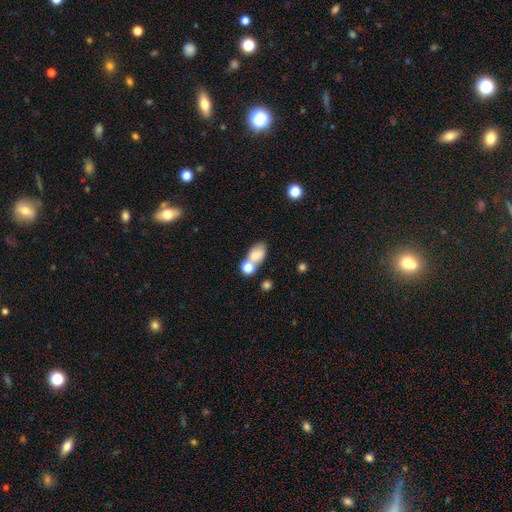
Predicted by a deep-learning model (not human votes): Smooth or featured: smooth — 77% (featured or disk — 12%)
How rounded: in between — 84% (round — 13%)
Merging: none — 41% (merger — 38%)